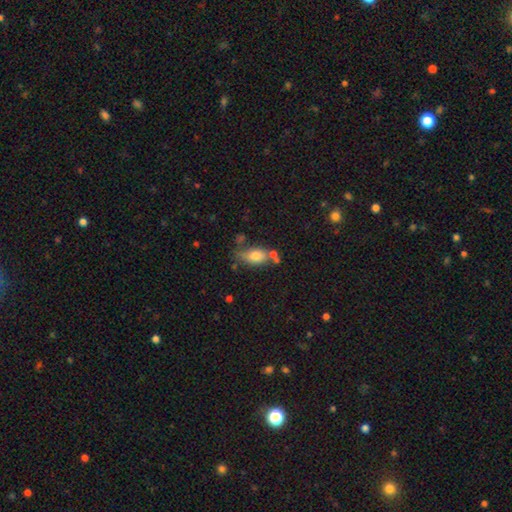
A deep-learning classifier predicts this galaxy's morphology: A smooth galaxy with no disk features (73%) that is in between round and cigar-shaped (81%). Merging: none (52%).